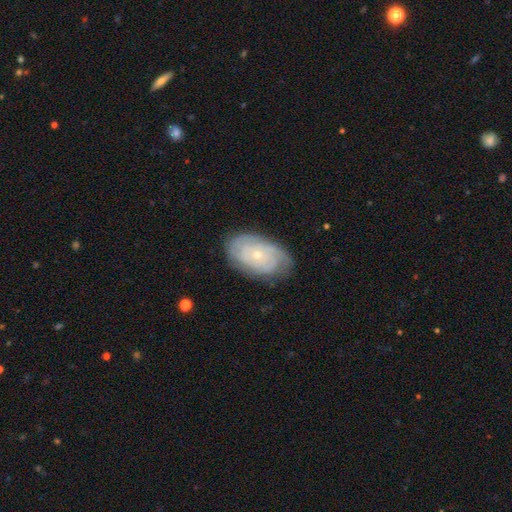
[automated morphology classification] Smooth or featured: featured or disk — 67% (smooth — 23%)
Edge-on disk: no — 94% (yes — 6%)
Bar: no — 80% (weak — 16%)
Spiral arms: yes — 89% (no — 11%)
Spiral winding: tight — 76% (medium — 19%)
Spiral arm count: can't tell — 49% (2 — 18%)
Bulge size: small — 74% (moderate — 22%)
Merging: none — 80% (minor disturbance — 15%)